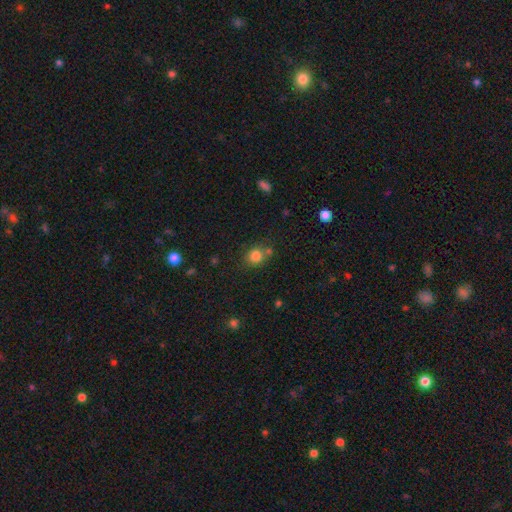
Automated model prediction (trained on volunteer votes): A smooth galaxy with no disk features (80%) that is round (78%). Merging: none (66%).